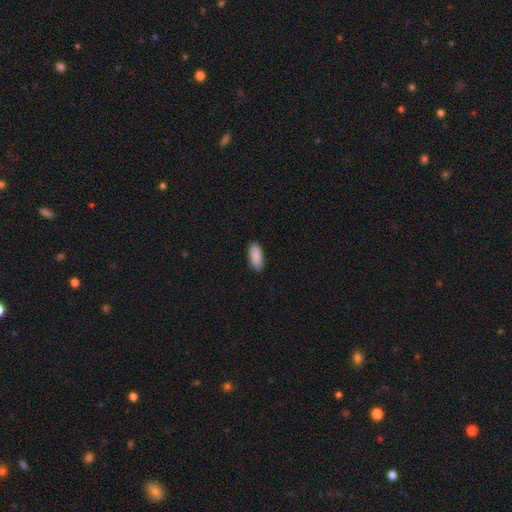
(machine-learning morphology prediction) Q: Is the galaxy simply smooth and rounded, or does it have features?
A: smooth — 90%.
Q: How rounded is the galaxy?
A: in between — 87%.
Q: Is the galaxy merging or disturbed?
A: none — 87%.